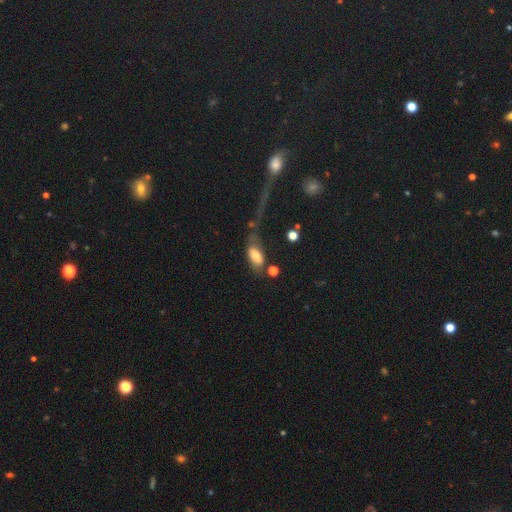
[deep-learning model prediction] A smooth galaxy with no disk features (68%) that is in between round and cigar-shaped (88%). Merging: none (36%).